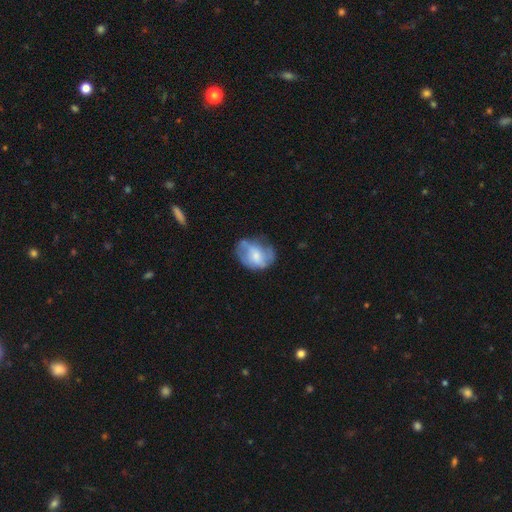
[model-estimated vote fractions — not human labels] Smooth or featured? smooth (48%)
Merging? none (47%)